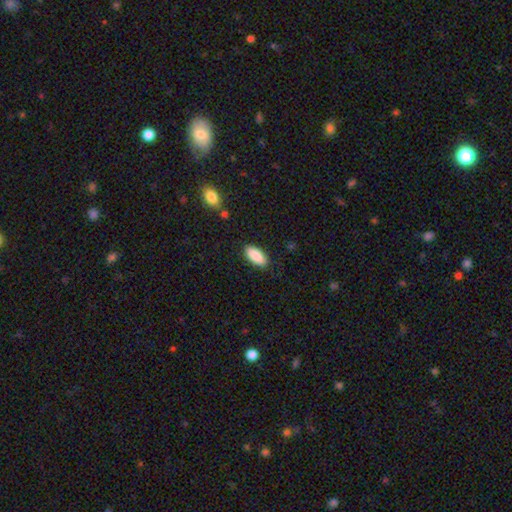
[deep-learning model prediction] Morphology: type=smooth (88%); roundness=in between (87%); merging=none (87%).